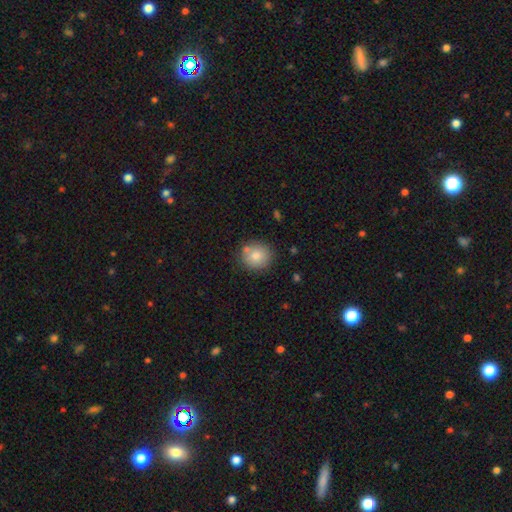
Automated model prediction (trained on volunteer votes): smooth_or_featured: smooth (p=0.81) [alt: featured or disk p=0.10]
how_rounded: round (p=0.89) [alt: in between p=0.10]
merging: none (p=0.78) [alt: minor disturbance p=0.11]